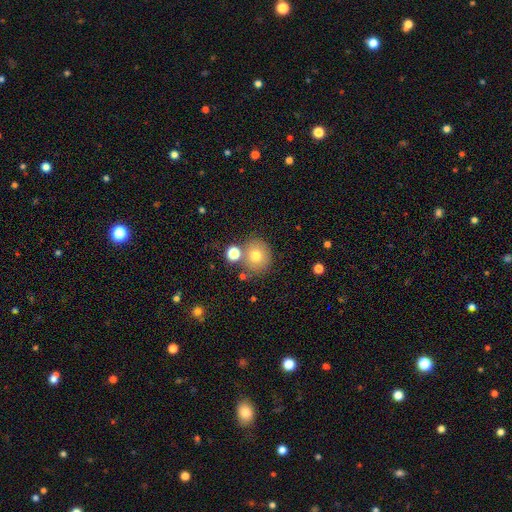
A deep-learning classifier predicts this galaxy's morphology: Q: Smooth or featured?
A: smooth (73%); runner-up: featured or disk (14%)
Q: How rounded?
A: round (85%); runner-up: in between (14%)
Q: Merging?
A: none (70%); runner-up: merger (16%)